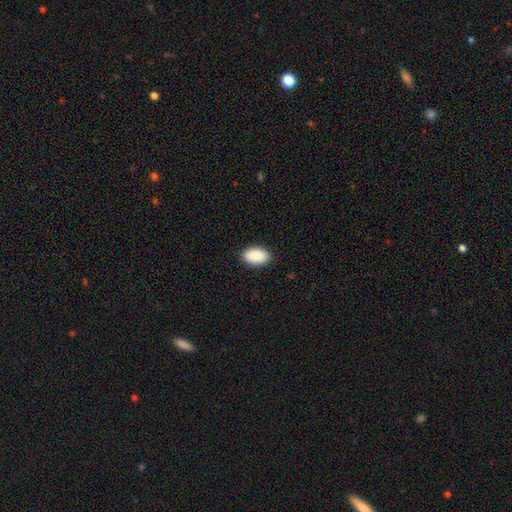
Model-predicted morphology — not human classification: Overall: smooth (91%). How rounded: in between (94%). Merging: none (89%).